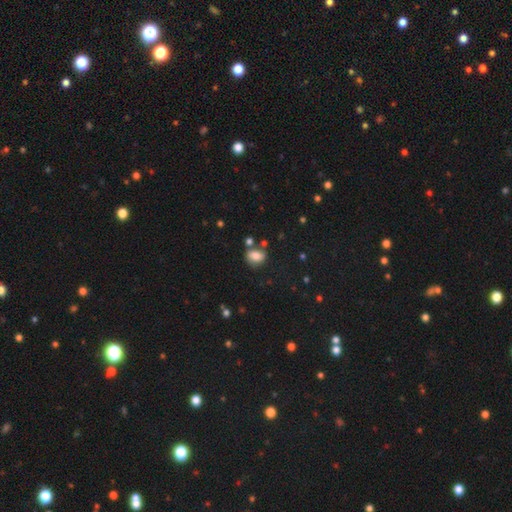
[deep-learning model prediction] This appears to be a smooth galaxy with no disk features (73%) that is in between round and cigar-shaped (60%). Merging: none (62%).